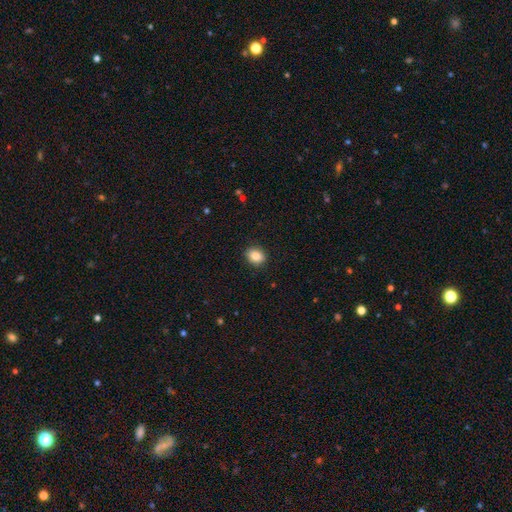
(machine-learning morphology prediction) Overall: smooth (84%). How rounded: in between (51%; round 48%). Merging: none (89%).